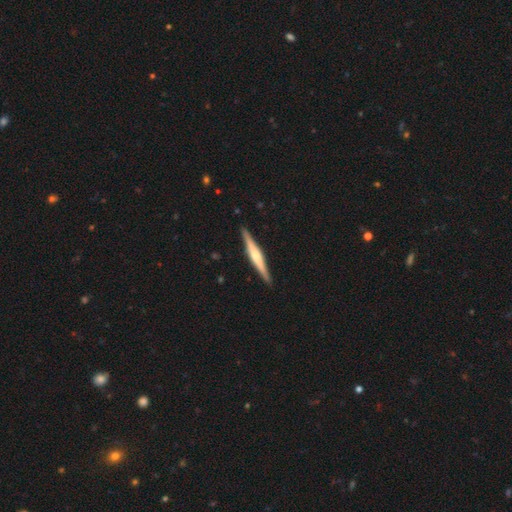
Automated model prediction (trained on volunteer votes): Q: Smooth or featured?
A: featured or disk (69%); runner-up: smooth (26%)
Q: Edge-on disk?
A: yes (98%); runner-up: no (2%)
Q: Edge-on bulge?
A: rounded (72%); runner-up: boxy (18%)
Q: Merging?
A: none (91%); runner-up: minor disturbance (6%)